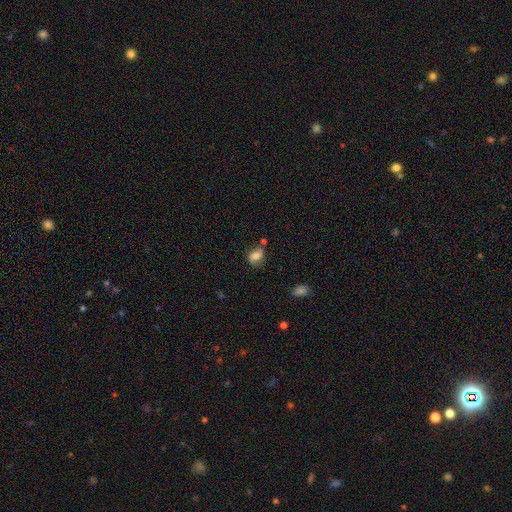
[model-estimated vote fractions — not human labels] Smooth or featured? smooth (71%)
How rounded? in between (71%)
Merging? none (52%)